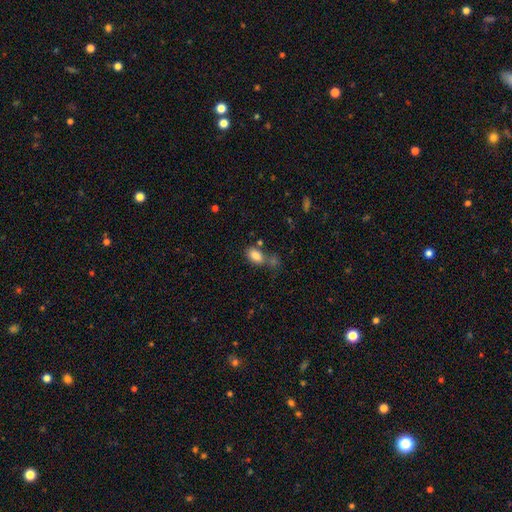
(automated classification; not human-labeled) Smooth or featured?
  - smooth: 83% *
  - star or artifact: 9%
  - featured or disk: 8%
How rounded?
  - in between: 89% *
  - round: 8%
  - cigar-shaped: 3%
Merging?
  - none: 51% *
  - merger: 26%
  - minor disturbance: 16%
  - major disturbance: 7%